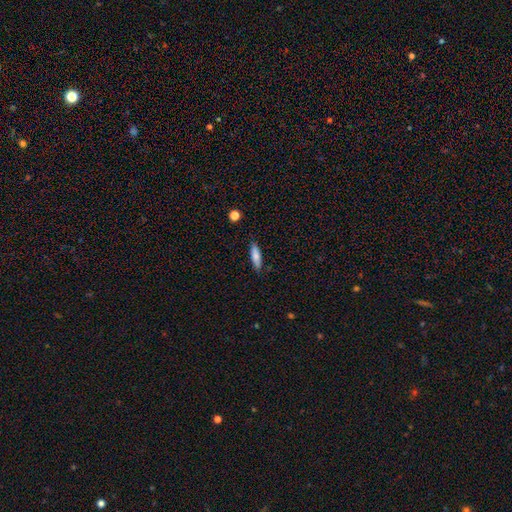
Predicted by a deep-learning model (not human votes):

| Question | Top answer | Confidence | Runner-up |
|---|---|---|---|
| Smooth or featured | smooth | 80% | featured or disk (13%) |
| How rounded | cigar-shaped | 56% | in between (42%) |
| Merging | none | 85% | minor disturbance (11%) |